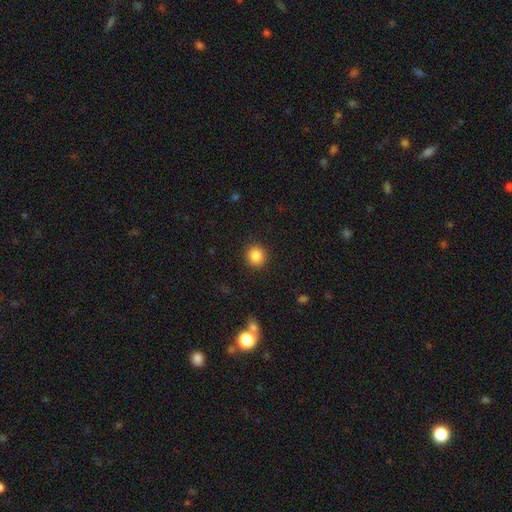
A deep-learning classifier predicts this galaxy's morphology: Smooth or featured?
  - smooth: 86% *
  - star or artifact: 10%
  - featured or disk: 4%
How rounded?
  - round: 88% *
  - in between: 11%
  - cigar-shaped: 1%
Merging?
  - none: 91% *
  - minor disturbance: 6%
  - major disturbance: 2%
  - merger: 1%